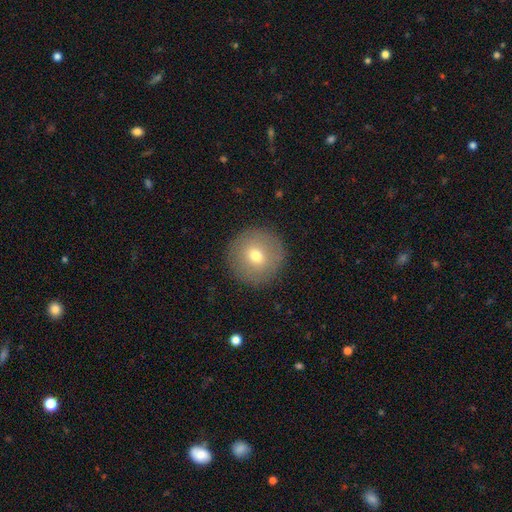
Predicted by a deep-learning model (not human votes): This is likely a smooth galaxy (70%). How rounded: clearly round (96%). Merging: clearly none (90%).